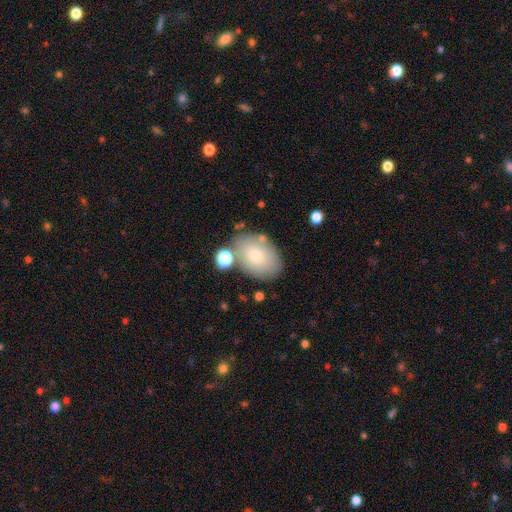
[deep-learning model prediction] The model was most divided on "smooth or featured": smooth: 75%, featured or disk: 17%, star or artifact: 8%. More confident: how rounded — in between (82%); merging — none (74%).